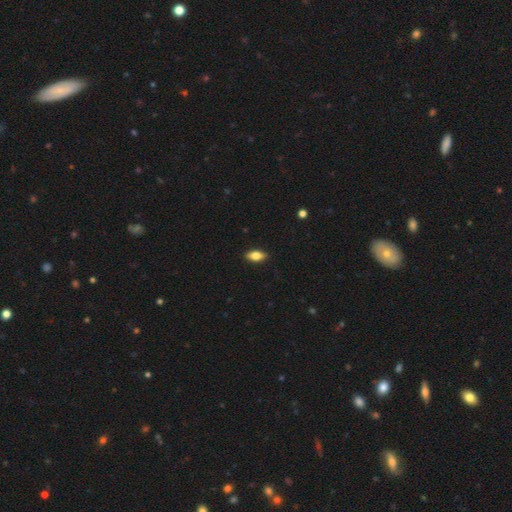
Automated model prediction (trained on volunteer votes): Smooth or featured?
  - smooth: 75% *
  - featured or disk: 18%
  - star or artifact: 7%
How rounded?
  - in between: 87% *
  - cigar-shaped: 9%
  - round: 4%
Merging?
  - none: 90% *
  - minor disturbance: 8%
  - major disturbance: 2%
  - merger: 1%